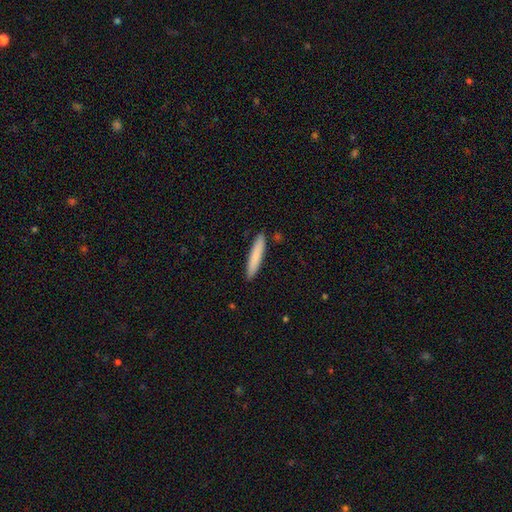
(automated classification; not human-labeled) A smooth galaxy with no disk features (80%) that is cigar-shaped (92%). Merging: none (90%).